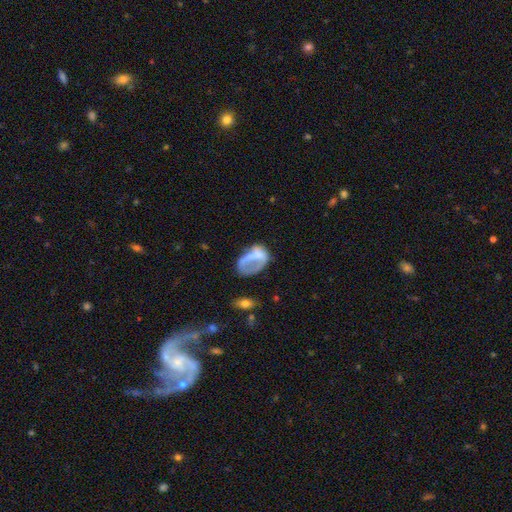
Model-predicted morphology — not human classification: A smooth galaxy with no disk features (54%) that is in between round and cigar-shaped (81%). Merging: major disturbance (45%).